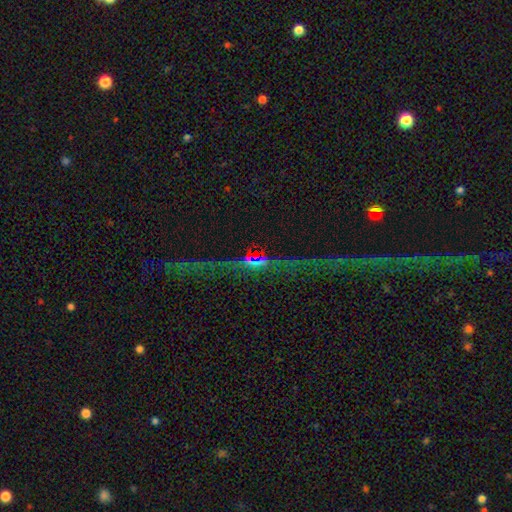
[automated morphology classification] smooth_or_featured: star or artifact (p=0.70) [alt: featured or disk p=0.17]